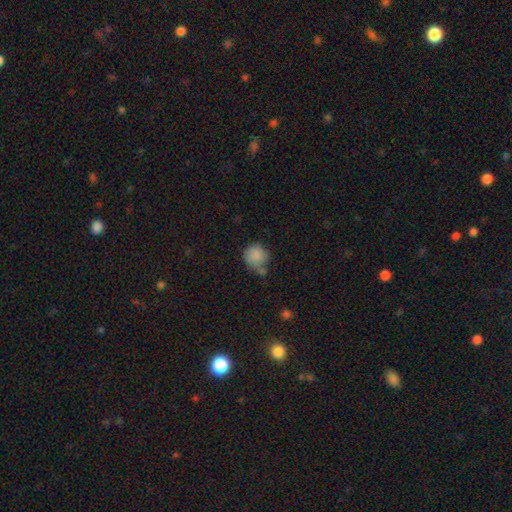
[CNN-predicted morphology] This is clearly a smooth galaxy (84%). How rounded: clearly round (83%). Merging: possibly none (47%).